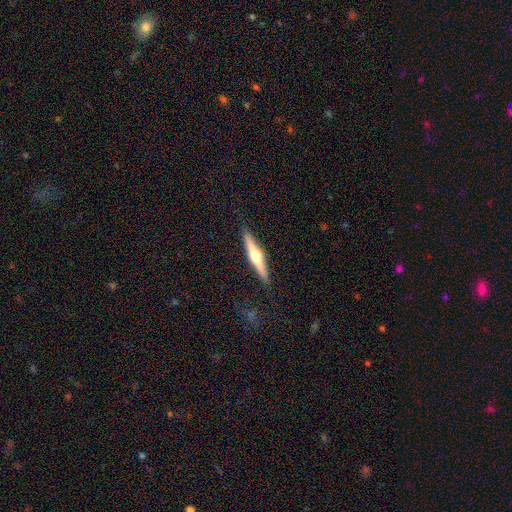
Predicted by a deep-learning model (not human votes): This appears to be a featured or disk galaxy (60%) viewed edge-on (97%) with a rounded central bulge (90%). Merging: none (89%).